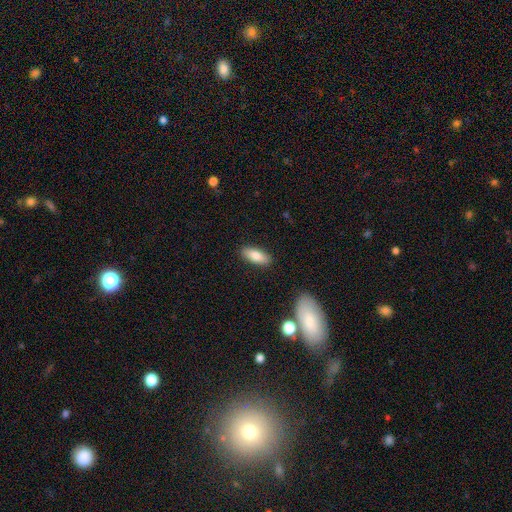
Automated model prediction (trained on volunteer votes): Smooth or featured: smooth — 83% (featured or disk — 10%)
How rounded: in between — 77% (cigar-shaped — 20%)
Merging: none — 88% (minor disturbance — 9%)